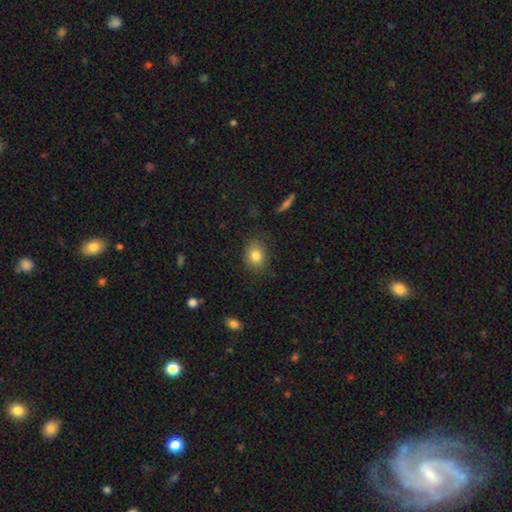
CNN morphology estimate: A smooth galaxy with no disk features (82%) that is in between round and cigar-shaped (53%). Merging: none (82%).